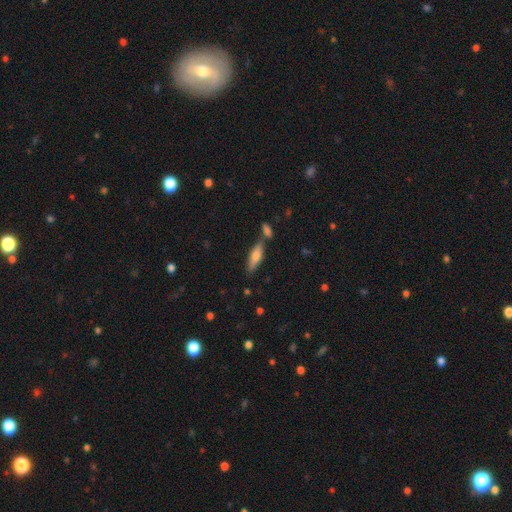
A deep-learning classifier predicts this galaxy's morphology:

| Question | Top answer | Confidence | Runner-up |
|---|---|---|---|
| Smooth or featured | smooth | 66% | featured or disk (27%) |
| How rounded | cigar-shaped | 57% | in between (41%) |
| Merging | none | 68% | merger (17%) |